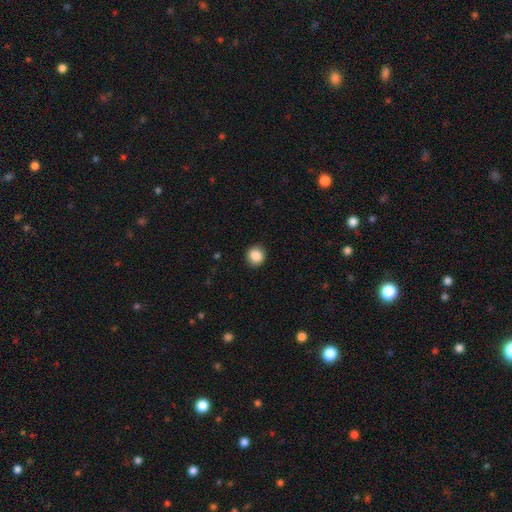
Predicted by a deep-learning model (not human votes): Overall: smooth (88%). How rounded: round (88%). Merging: none (91%).